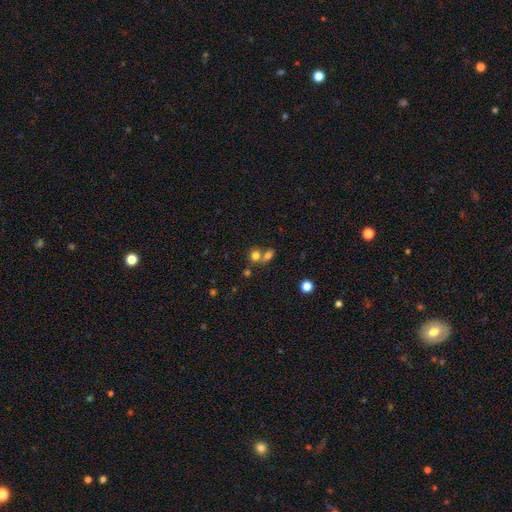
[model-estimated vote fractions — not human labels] The model was most divided on "merging": merger: 48%, none: 42%, minor disturbance: 7%, major disturbance: 4%. More confident: smooth or featured — smooth (75%); how rounded — round (70%).